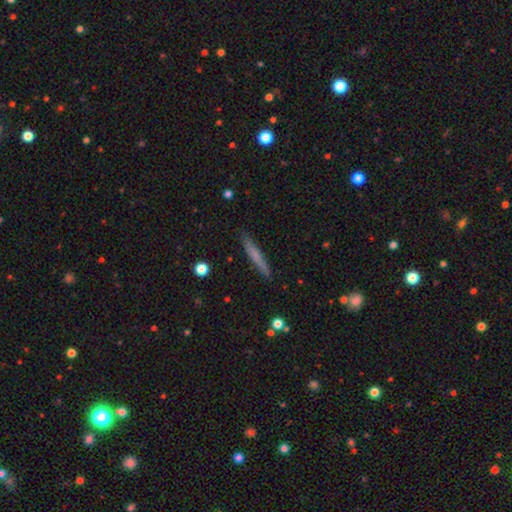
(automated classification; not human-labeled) Morphology: type=smooth (64%); roundness=cigar-shaped (95%); merging=none (88%).